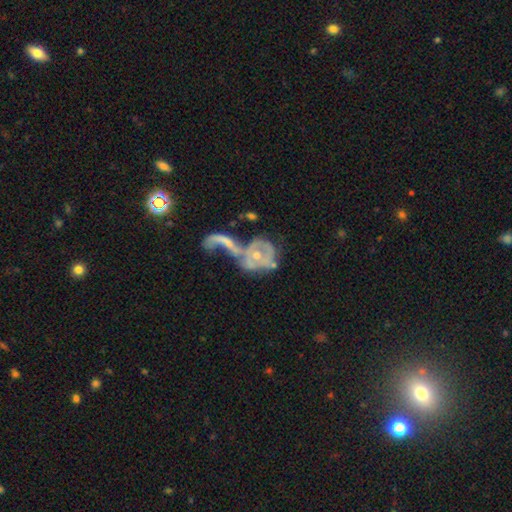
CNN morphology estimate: smooth-or-featured: featured or disk: 70% | smooth: 21% | star or artifact: 9%
  disk-edge-on: no: 96% | yes: 4%
    bar: no: 80% | weak: 15% | strong: 5%
    has-spiral-arms: yes: 53% | no: 47%
    bulge-size: small: 48% | moderate: 44% | none: 5% | large: 2% | dominant: 1%
  merging: merger: 56% | major disturbance: 23% | none: 13% | minor disturbance: 8%